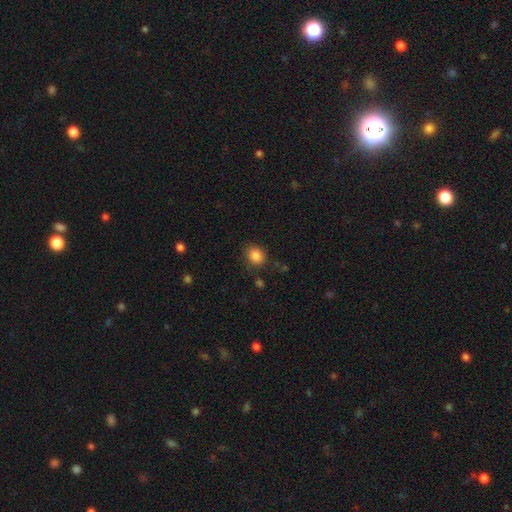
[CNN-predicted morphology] Smooth or featured? smooth (86%)
How rounded? round (65%)
Merging? none (81%)